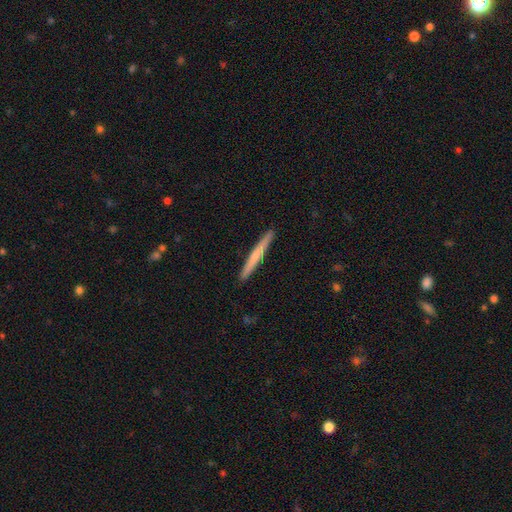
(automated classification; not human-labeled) A smooth galaxy with no disk features (54%) that is cigar-shaped (97%).

Vote fractions:
- Smooth or featured? smooth: 54% / featured or disk: 40% / star or artifact: 5%
- How rounded? cigar-shaped: 97% / in between: 2% / round: 1%
- Merging? none: 92% / minor disturbance: 6% / major disturbance: 1% / merger: 1%